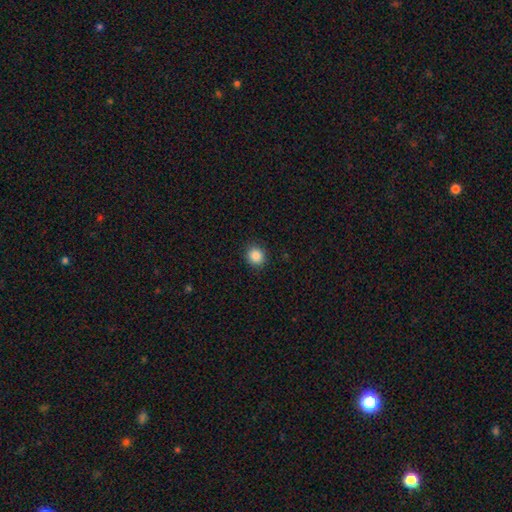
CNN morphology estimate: Smooth or featured? Predicted: smooth (p=0.86). How rounded? Predicted: round (p=0.85). Merging? Predicted: none (p=0.89).